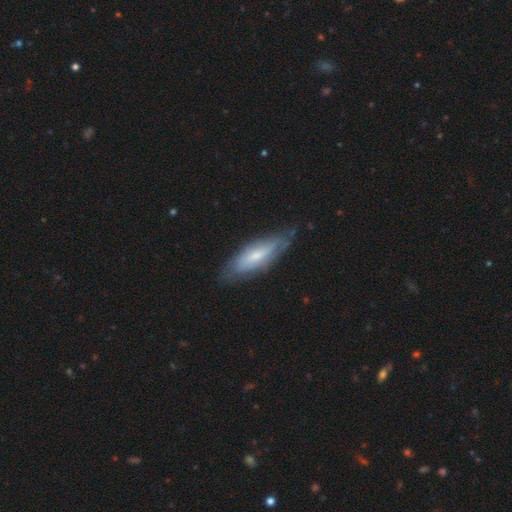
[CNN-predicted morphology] The model was most divided on "smooth or featured": featured or disk: 53%, smooth: 41%, star or artifact: 6%. More confident: merging — none (72%); edge-on disk — no (60%).